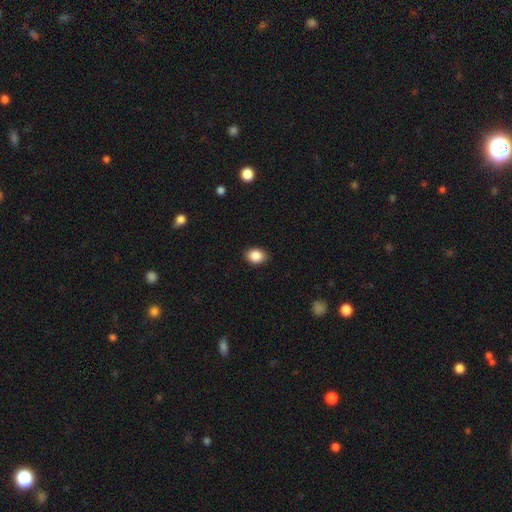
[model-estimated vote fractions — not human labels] Smooth or featured?
  - smooth: 88% *
  - star or artifact: 8%
  - featured or disk: 4%
How rounded?
  - in between: 64% *
  - round: 35%
  - cigar-shaped: 1%
Merging?
  - none: 90% *
  - minor disturbance: 8%
  - major disturbance: 2%
  - merger: 1%